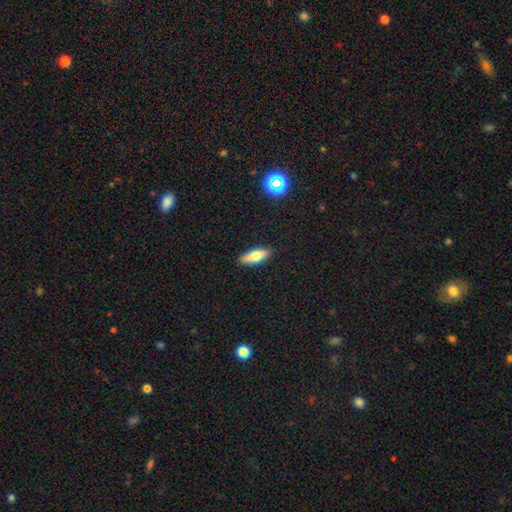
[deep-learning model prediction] Smooth or featured: smooth — 69% (featured or disk — 24%)
How rounded: in between — 56% (cigar-shaped — 42%)
Merging: none — 89% (minor disturbance — 8%)